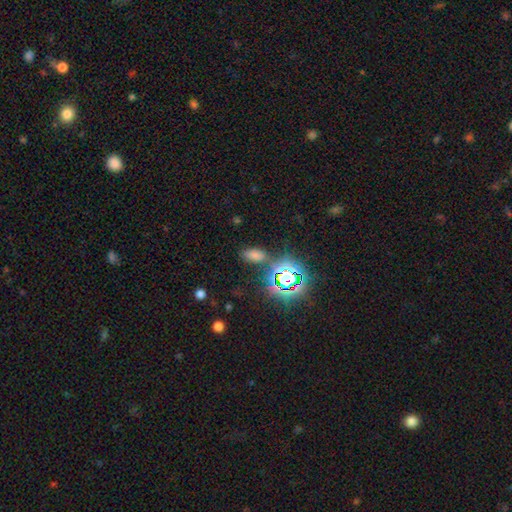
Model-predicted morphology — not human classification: Smooth or featured? smooth (52%)
How rounded? in between (84%)
Merging? none (77%)